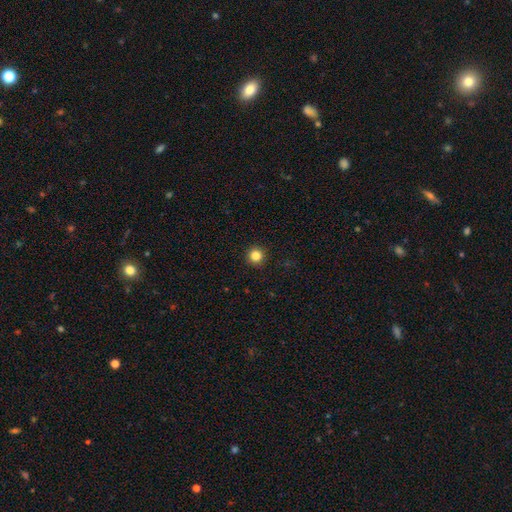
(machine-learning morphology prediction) The model was most divided on "smooth or featured": smooth: 84%, star or artifact: 12%, featured or disk: 4%. More confident: how rounded — round (95%); merging — none (93%).